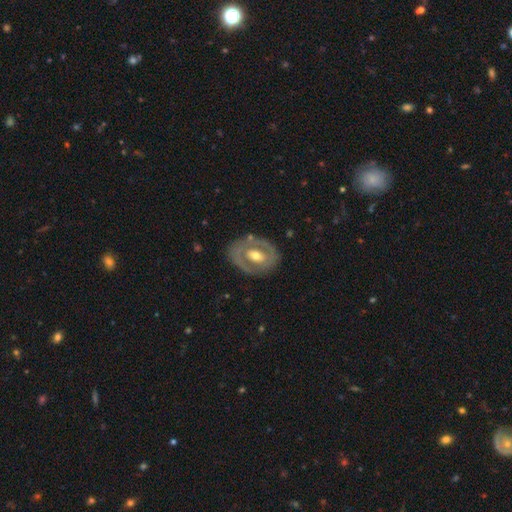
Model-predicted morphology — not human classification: Smooth or featured? featured or disk (65%)
Edge-on disk? no (94%)
Bar? no (46%)
Spiral arms? no (70%)
Bulge size? moderate (70%)
Merging? none (76%)